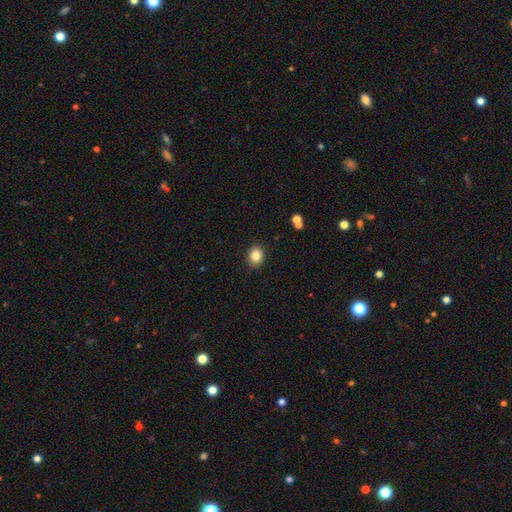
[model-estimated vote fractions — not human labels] Morphology: type=smooth (84%); roundness=round (60%); merging=none (90%).